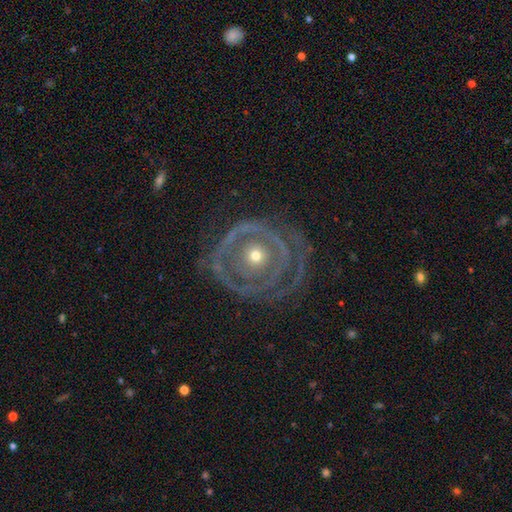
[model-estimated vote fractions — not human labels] smooth_or_featured: featured or disk (p=0.76) [alt: smooth p=0.18]
disk_edge_on: no (p=0.97) [alt: yes p=0.03]
bar: no (p=0.87) [alt: weak p=0.08]
has_spiral_arms: yes (p=0.53) [alt: no p=0.47]
bulge_size: moderate (p=0.47) [tied with: small p=0.47]
merging: none (p=0.62) [alt: major disturbance p=0.19]